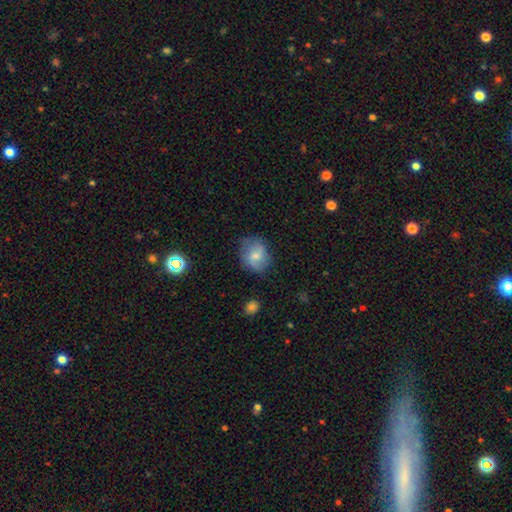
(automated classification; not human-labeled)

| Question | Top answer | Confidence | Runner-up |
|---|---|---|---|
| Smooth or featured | smooth | 60% | featured or disk (31%) |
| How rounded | round | 58% | in between (41%) |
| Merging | none | 68% | minor disturbance (23%) |